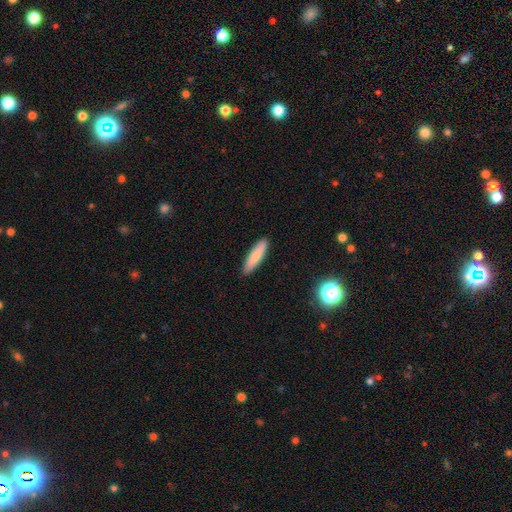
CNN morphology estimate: type=smooth (81%); roundness=cigar-shaped (70%); merging=none (90%).